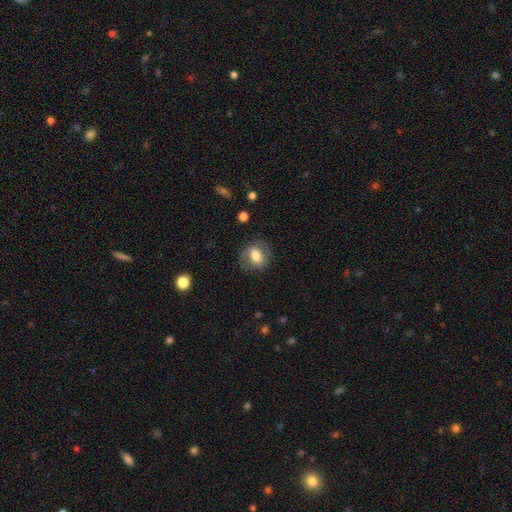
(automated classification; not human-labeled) smooth 63%, featured or disk 29%, star or artifact 8%. Down the decision tree: how rounded — in between (55%); merging — none (76%).